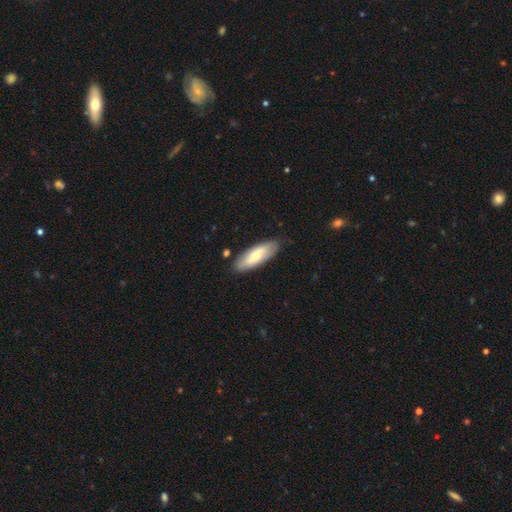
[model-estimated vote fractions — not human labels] Morphology: type=smooth (62%); roundness=in between (66%); merging=none (84%).